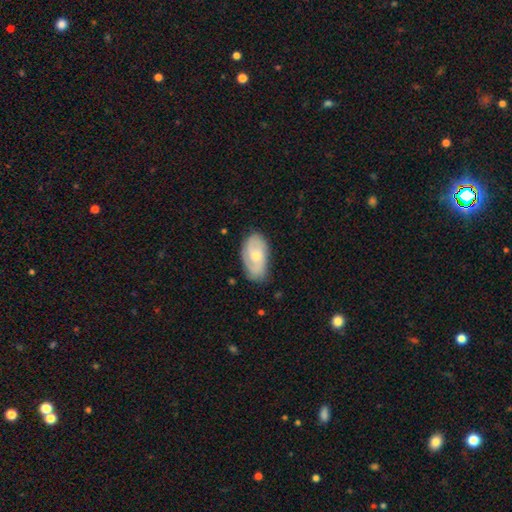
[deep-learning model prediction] A featured or disk galaxy (59%) with no bar (69%), spiral arms (86%) and a small central bulge (51%). Merging: none (74%).